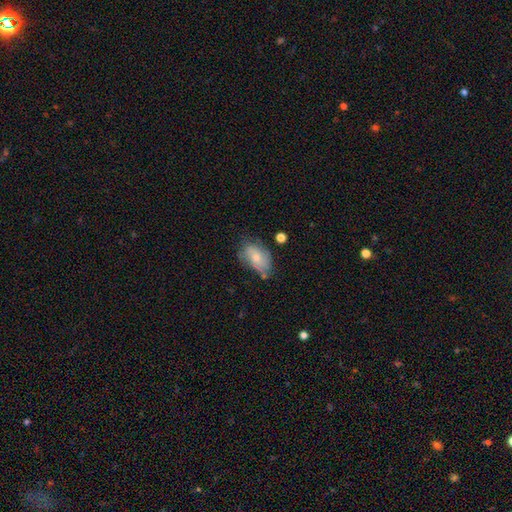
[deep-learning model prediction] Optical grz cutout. It shows a smooth galaxy with no disk features (47%). Merging: none (61%).